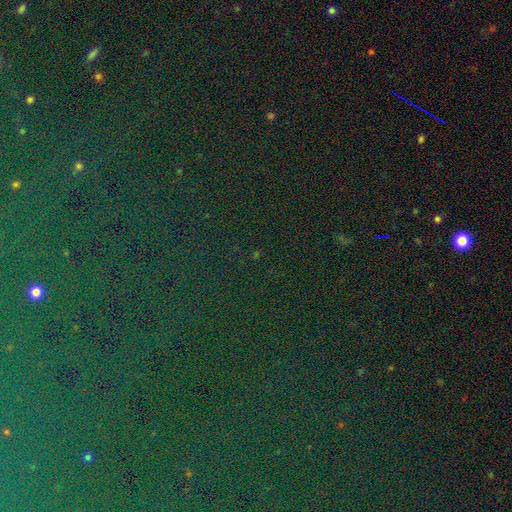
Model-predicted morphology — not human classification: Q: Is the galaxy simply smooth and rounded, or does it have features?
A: star or artifact — 83%.